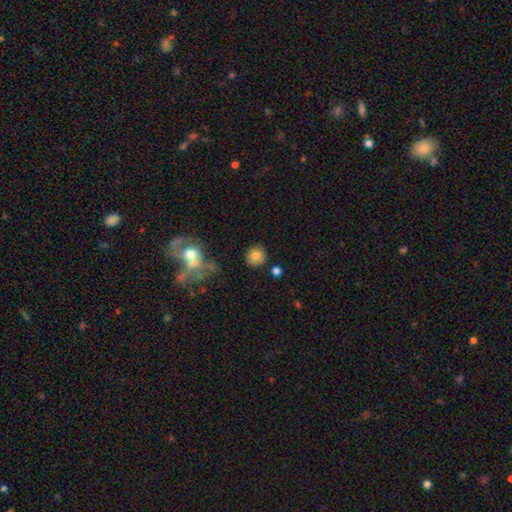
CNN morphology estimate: smooth_or_featured: smooth (p=0.78) [alt: featured or disk p=0.12]
how_rounded: round (p=0.90) [alt: in between p=0.09]
merging: none (p=0.84) [alt: minor disturbance p=0.09]